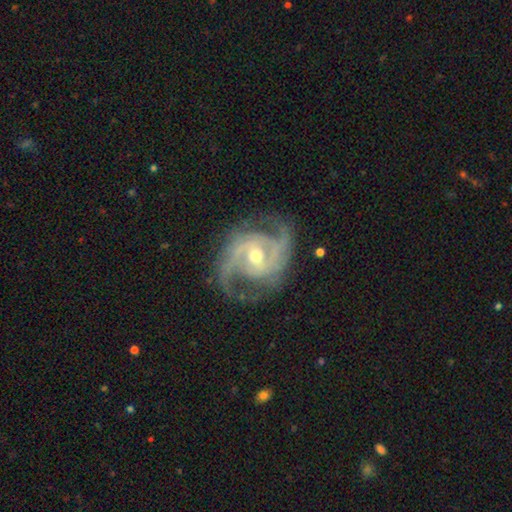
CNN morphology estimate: This appears to be a featured or disk galaxy (92%) with no bar (43%), 2 (74%) medium (55%) spiral arms (98%) and a moderate central bulge (57%). Merging: none (74%).